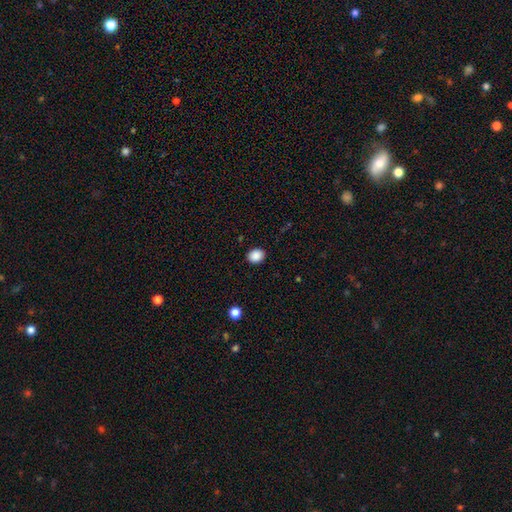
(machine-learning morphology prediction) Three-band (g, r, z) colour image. It shows a smooth galaxy with no disk features (88%) that is round (62%). Merging: none (90%).